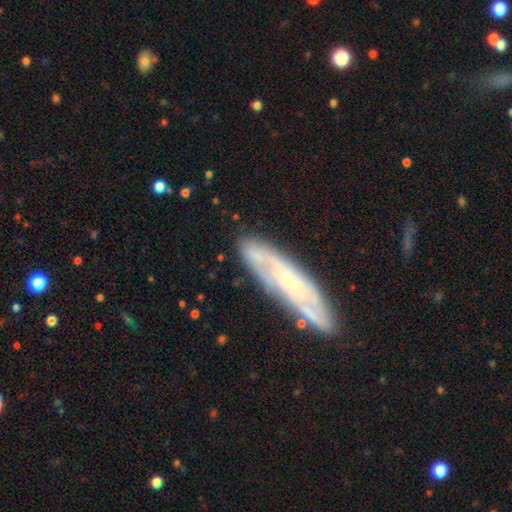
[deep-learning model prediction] This appears to be a featured or disk galaxy (49%). Merging: none (68%).